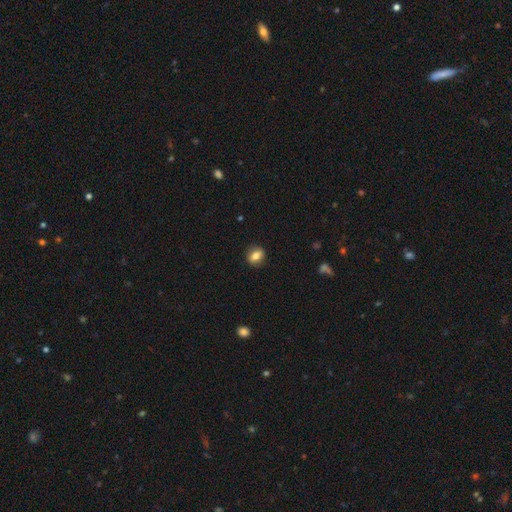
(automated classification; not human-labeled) Smooth or featured?
  - smooth: 71% *
  - featured or disk: 20%
  - star or artifact: 9%
How rounded?
  - in between: 54% *
  - round: 42%
  - cigar-shaped: 4%
Merging?
  - none: 86% *
  - minor disturbance: 10%
  - major disturbance: 3%
  - merger: 1%